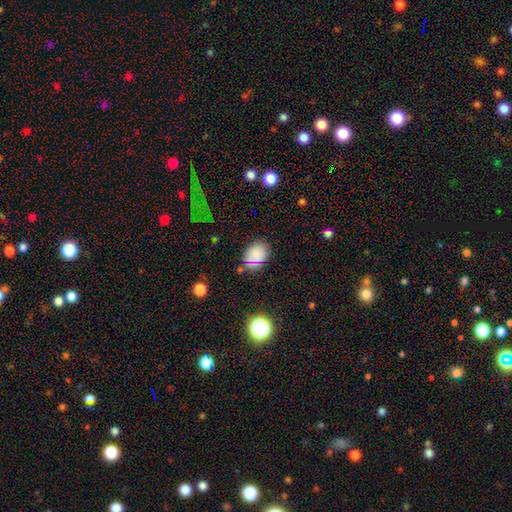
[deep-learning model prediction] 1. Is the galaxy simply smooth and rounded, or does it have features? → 73% smooth, 18% star or artifact, 9% featured or disk.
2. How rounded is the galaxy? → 57% in between, 41% round, 1% cigar-shaped.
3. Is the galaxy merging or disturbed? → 79% none, 14% minor disturbance, 4% major disturbance, 3% merger.